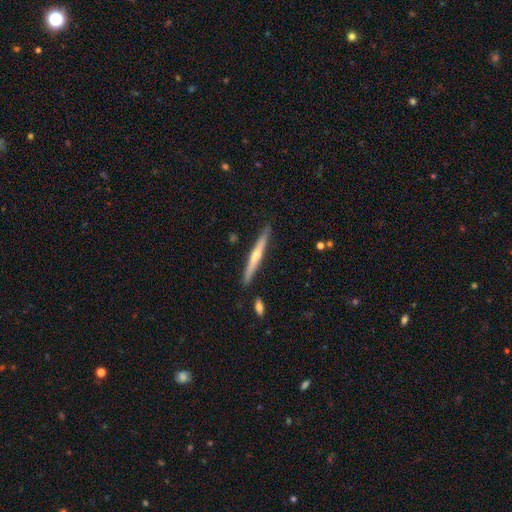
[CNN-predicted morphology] Smooth or featured: featured or disk — 61% (smooth — 34%)
Edge-on disk: yes — 97% (no — 3%)
Edge-on bulge: rounded — 72% (none — 24%)
Merging: none — 89% (minor disturbance — 8%)